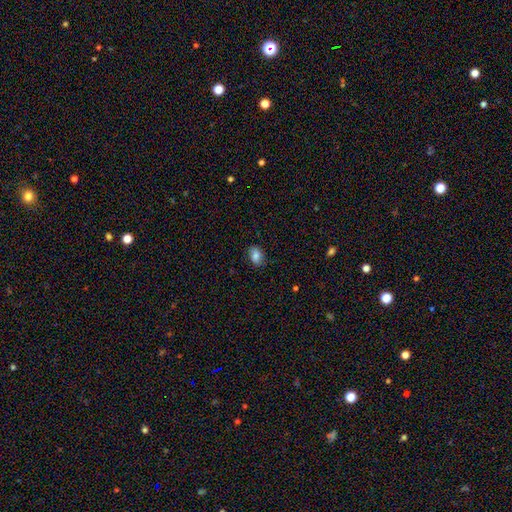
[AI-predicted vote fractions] Morphology: type=smooth (81%); roundness=in between (80%); merging=none (80%).